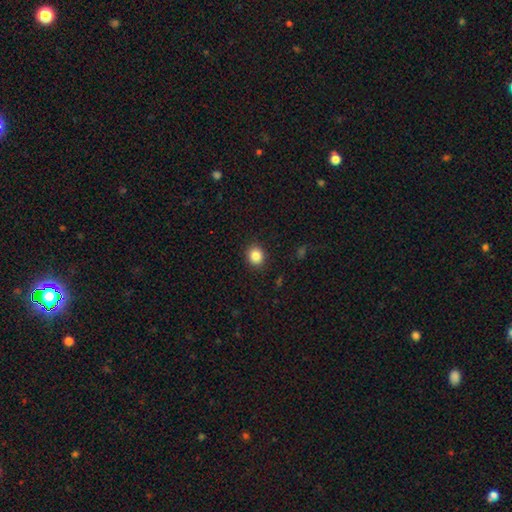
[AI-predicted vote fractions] This is clearly a smooth galaxy (85%). How rounded: likely round (75%). Merging: clearly none (90%).